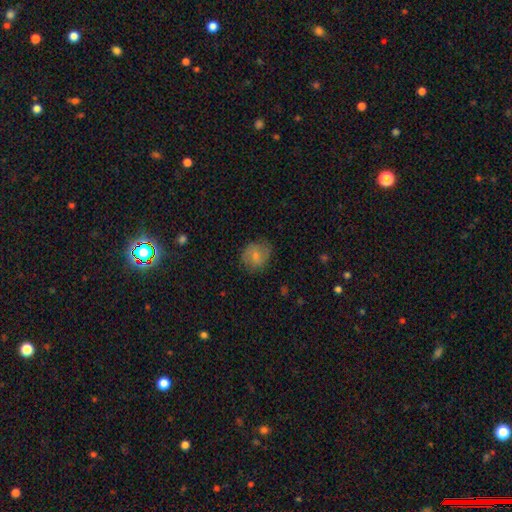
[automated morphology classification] Overall: smooth (70%). How rounded: round (70%). Merging: none (75%).